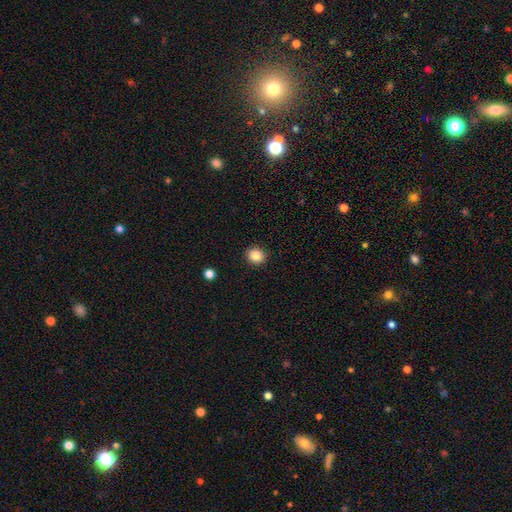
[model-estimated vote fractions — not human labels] Smooth or featured? smooth (87%)
How rounded? round (77%)
Merging? none (91%)